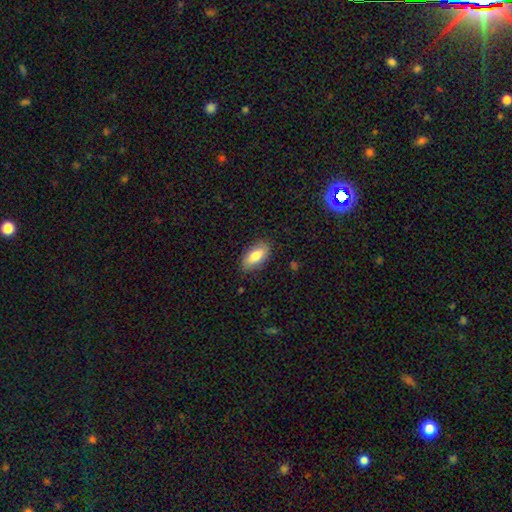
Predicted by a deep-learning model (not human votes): This is clearly a smooth galaxy (80%). How rounded: clearly in between (89%). Merging: clearly none (84%).